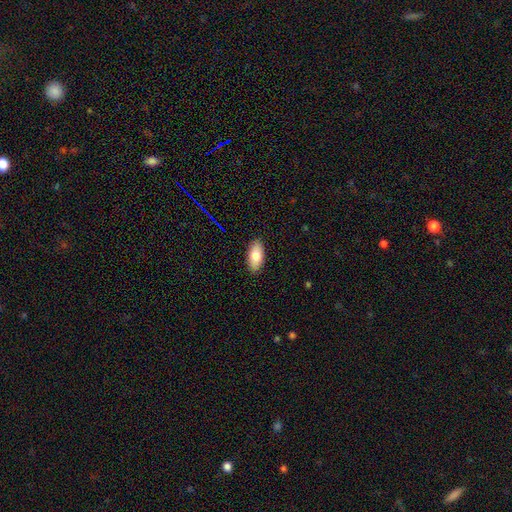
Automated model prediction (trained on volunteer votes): A smooth galaxy with no disk features (79%) that is in between round and cigar-shaped (91%). Merging: none (89%).